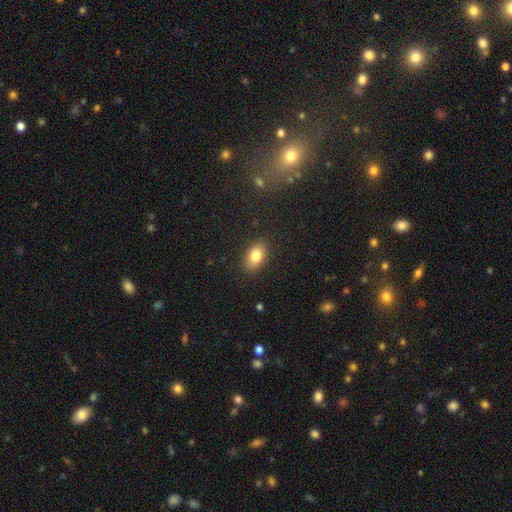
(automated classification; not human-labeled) Smooth or featured? Predicted: smooth (p=0.82). How rounded? Predicted: in between (p=0.87). Merging? Predicted: none (p=0.86).